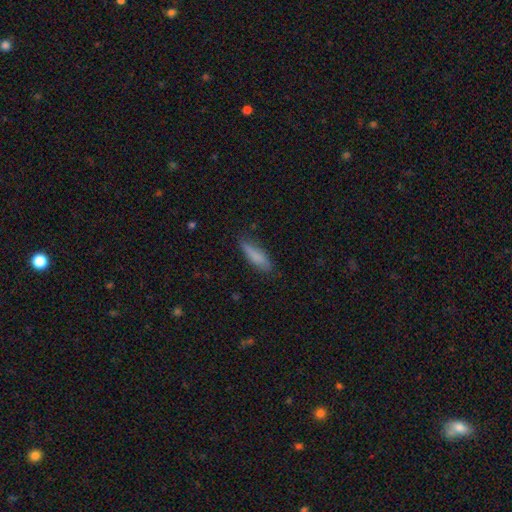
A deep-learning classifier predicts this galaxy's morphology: smooth 82%, featured or disk 12%, star or artifact 7%. Down the decision tree: how rounded — cigar-shaped (62%); merging — none (78%).